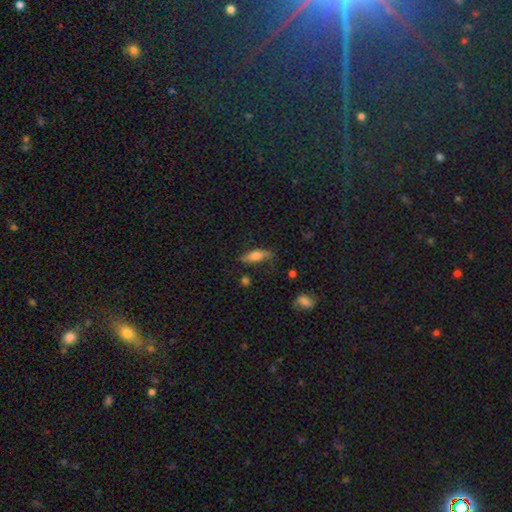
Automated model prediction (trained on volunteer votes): Overall: smooth (63%; featured or disk 30%). How rounded: in between (55%; cigar-shaped 42%). Merging: none (68%).